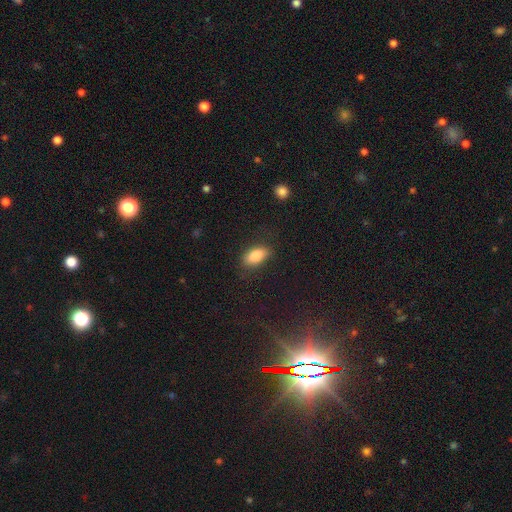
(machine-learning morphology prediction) This appears to be a smooth galaxy with no disk features (84%) that is in between round and cigar-shaped (90%). Merging: none (79%).